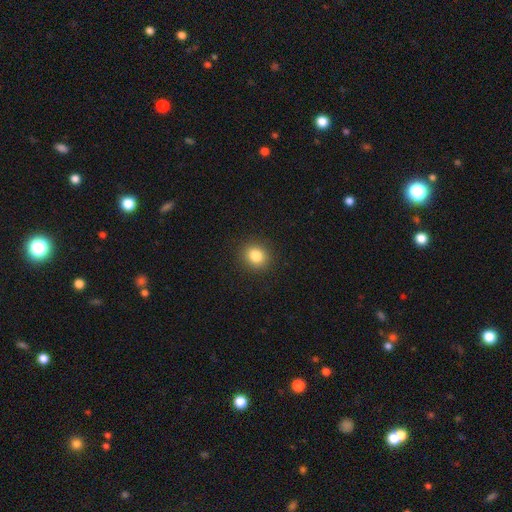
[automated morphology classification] Overall: smooth (83%). How rounded: round (80%). Merging: none (91%).